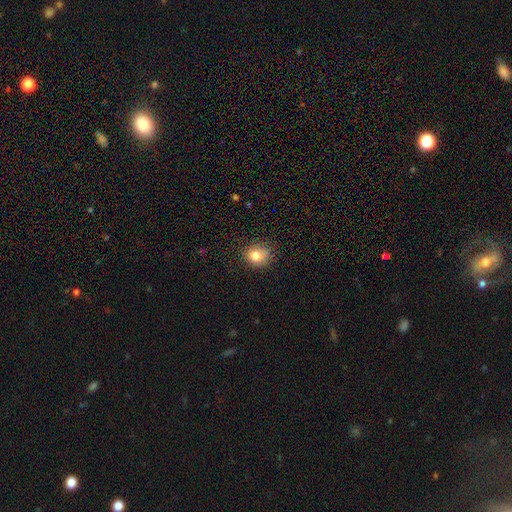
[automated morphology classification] Smooth or featured: smooth — 81% (star or artifact — 11%)
How rounded: round — 75% (in between — 24%)
Merging: none — 81% (minor disturbance — 15%)